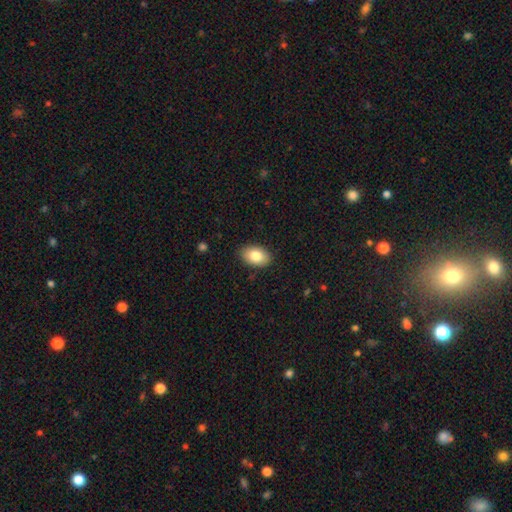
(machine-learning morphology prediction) Overall: smooth (83%). How rounded: in between (90%). Merging: none (88%).